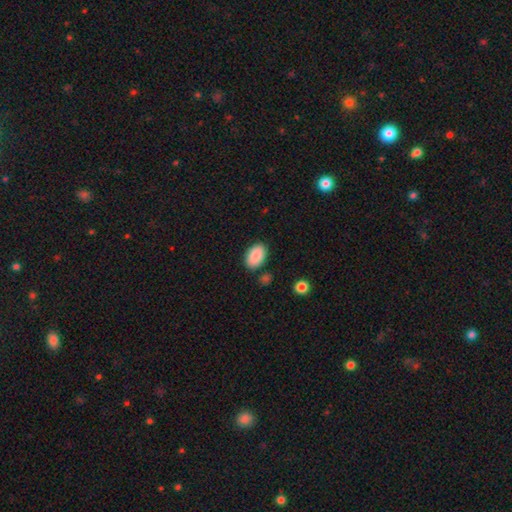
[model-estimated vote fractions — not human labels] Smooth or featured: smooth — 90% (star or artifact — 6%)
How rounded: in between — 92% (round — 7%)
Merging: none — 84% (minor disturbance — 11%)